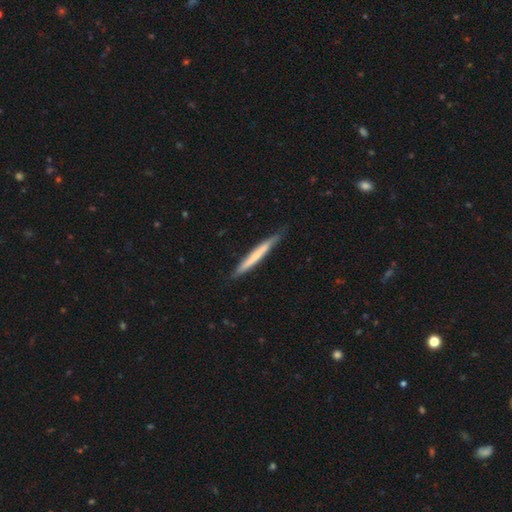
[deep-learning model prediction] The model was most divided on "smooth or featured": smooth: 58%, featured or disk: 37%, star or artifact: 5%. More confident: how rounded — cigar-shaped (96%); merging — none (82%).